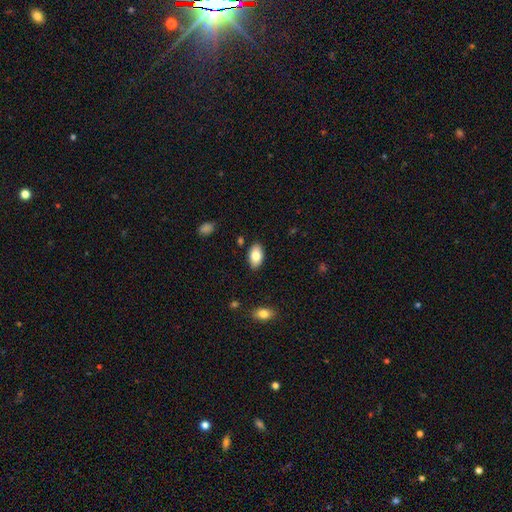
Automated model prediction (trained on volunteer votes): smooth 80%, featured or disk 13%, star or artifact 7%. Down the decision tree: how rounded — in between (94%); merging — none (86%).